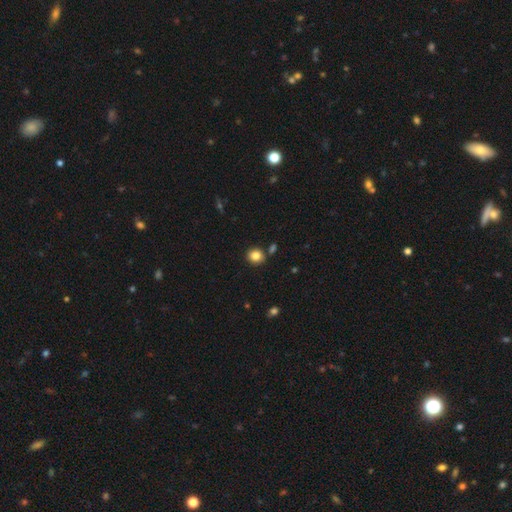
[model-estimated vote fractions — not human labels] Smooth or featured?
  - smooth: 84% *
  - star or artifact: 11%
  - featured or disk: 5%
How rounded?
  - round: 81% *
  - in between: 18%
  - cigar-shaped: 1%
Merging?
  - none: 84% *
  - minor disturbance: 8%
  - merger: 6%
  - major disturbance: 2%